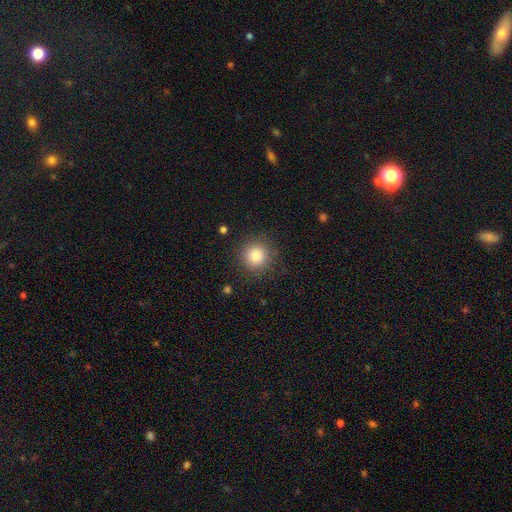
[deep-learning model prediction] This appears to be a smooth galaxy with no disk features (83%) that is round (94%). Merging: none (88%).